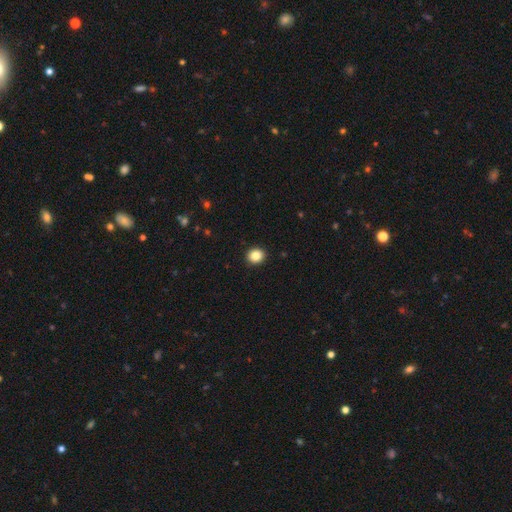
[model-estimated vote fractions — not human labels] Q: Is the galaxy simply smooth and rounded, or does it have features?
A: smooth — 86%.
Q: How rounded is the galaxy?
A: round — 78%.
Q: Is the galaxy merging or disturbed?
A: none — 92%.